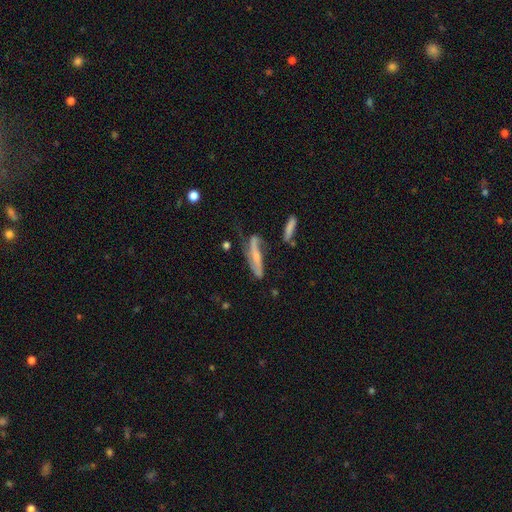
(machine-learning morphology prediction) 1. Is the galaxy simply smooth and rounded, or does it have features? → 58% featured or disk, 34% smooth, 8% star or artifact.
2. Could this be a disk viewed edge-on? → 54% no, 46% yes.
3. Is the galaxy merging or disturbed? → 45% none, 27% minor disturbance, 20% major disturbance, 8% merger.